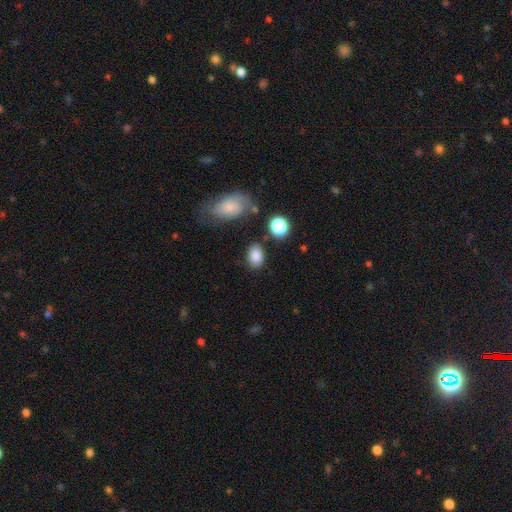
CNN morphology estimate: Overall: smooth (83%). How rounded: in between (78%). Merging: none (77%).